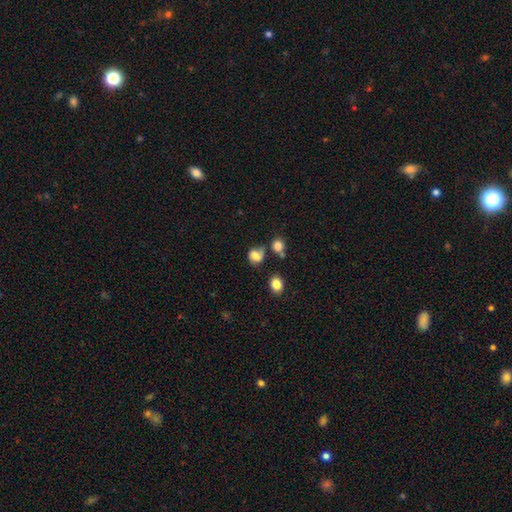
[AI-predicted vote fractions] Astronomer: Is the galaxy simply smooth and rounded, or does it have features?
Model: smooth — 67%.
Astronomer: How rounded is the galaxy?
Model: round — 64%.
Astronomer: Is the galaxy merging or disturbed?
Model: none — 52%.